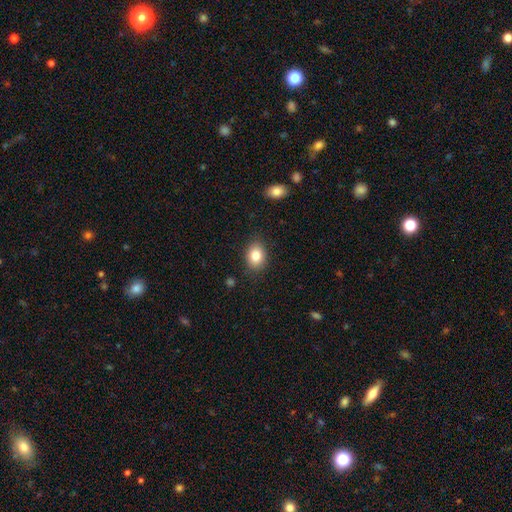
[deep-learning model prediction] A smooth galaxy with no disk features (83%) that is in between round and cigar-shaped (66%).

Vote fractions:
- Smooth or featured? smooth: 83% / star or artifact: 9% / featured or disk: 8%
- How rounded? in between: 66% / round: 33% / cigar-shaped: 1%
- Merging? none: 86% / minor disturbance: 10% / major disturbance: 3% / merger: 1%